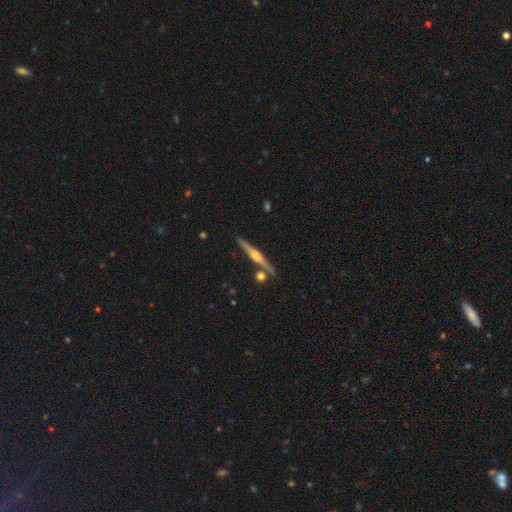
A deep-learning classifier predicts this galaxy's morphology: smooth_or_featured: featured or disk (p=0.80) [alt: smooth p=0.14]
disk_edge_on: yes (p=0.98) [alt: no p=0.02]
edge_on_bulge: rounded (p=0.86) [alt: boxy p=0.10]
merging: none (p=0.86) [alt: minor disturbance p=0.07]